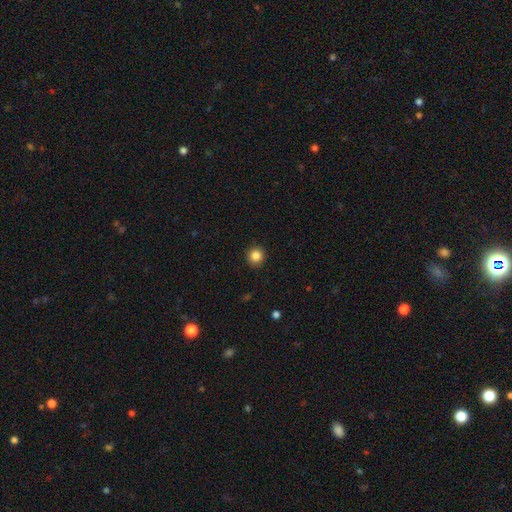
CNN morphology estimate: Q: Smooth or featured?
A: smooth (85%); runner-up: star or artifact (11%)
Q: How rounded?
A: round (93%); runner-up: in between (6%)
Q: Merging?
A: none (92%); runner-up: minor disturbance (6%)